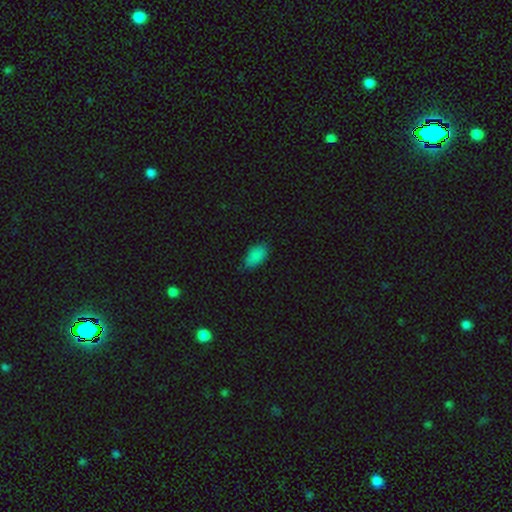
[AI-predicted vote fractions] This appears to be a smooth galaxy with no disk features (87%) that is in between round and cigar-shaped (93%). Merging: none (74%).